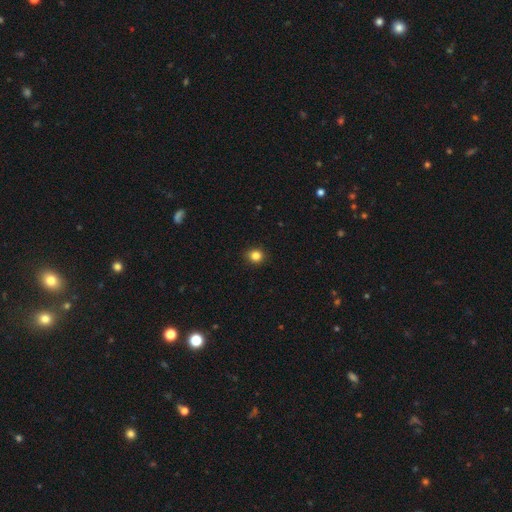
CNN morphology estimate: Smooth or featured: smooth — 84% (star or artifact — 12%)
How rounded: round — 82% (in between — 17%)
Merging: none — 91% (minor disturbance — 7%)